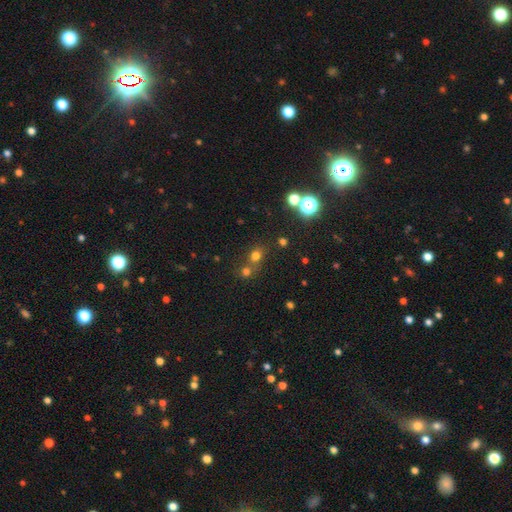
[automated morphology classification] smooth 64%, star or artifact 27%, featured or disk 9%. Down the decision tree: how rounded — round (79%); merging — none (55%).